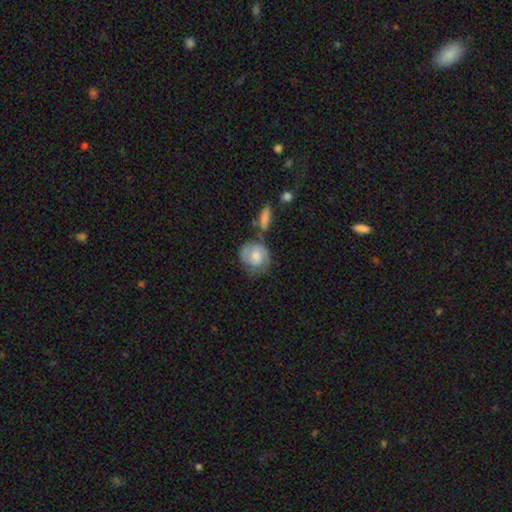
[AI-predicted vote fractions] The model was most divided on "smooth or featured" (2-way tie): featured or disk: 47%, smooth: 47%, star or artifact: 7%. More confident: merging — none (56%).